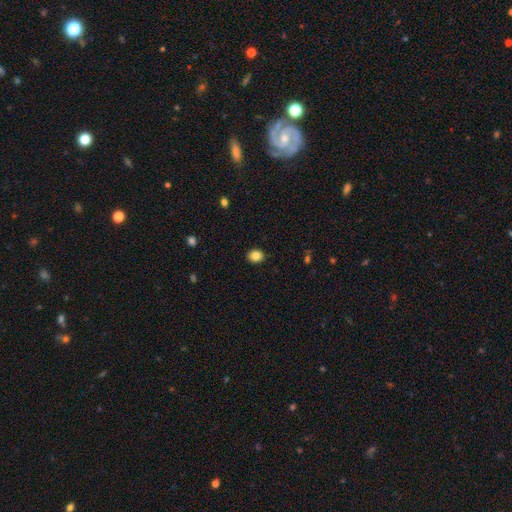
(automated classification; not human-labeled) smooth 85%, star or artifact 10%, featured or disk 6%. Down the decision tree: how rounded — round (61%); merging — none (90%).